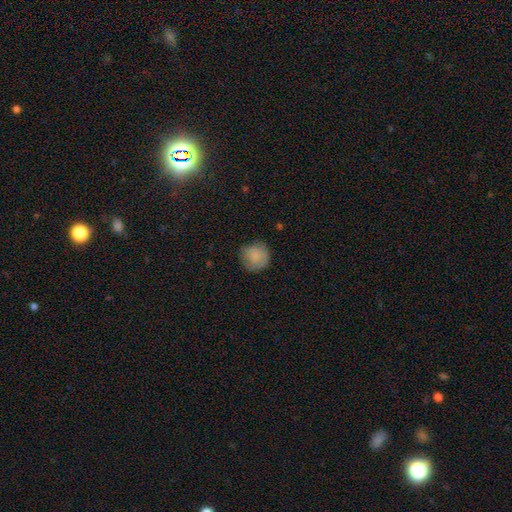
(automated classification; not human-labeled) This appears to be a smooth galaxy with no disk features (82%) that is round (92%). Merging: none (76%).